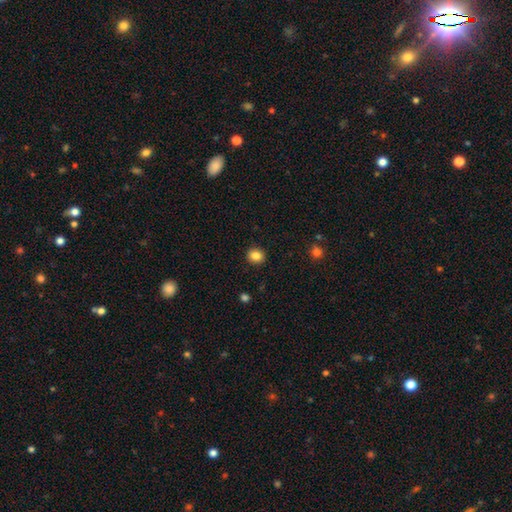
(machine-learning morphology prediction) Smooth or featured?
  - smooth: 85% *
  - star or artifact: 10%
  - featured or disk: 5%
How rounded?
  - round: 83% *
  - in between: 16%
  - cigar-shaped: 1%
Merging?
  - none: 92% *
  - minor disturbance: 5%
  - major disturbance: 2%
  - merger: 1%